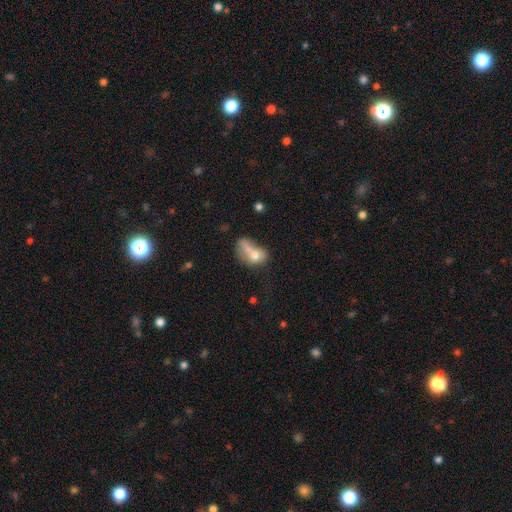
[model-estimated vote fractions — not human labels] Smooth or featured? smooth (67%)
How rounded? in between (66%)
Merging? merger (59%)